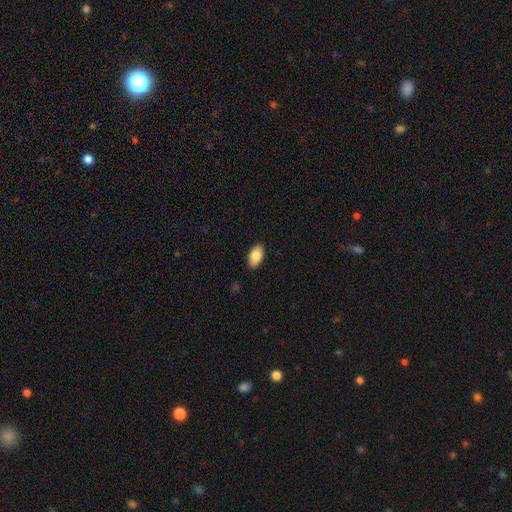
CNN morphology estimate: This appears to be a smooth galaxy with no disk features (84%) that is in between round and cigar-shaped (94%). Merging: none (89%).